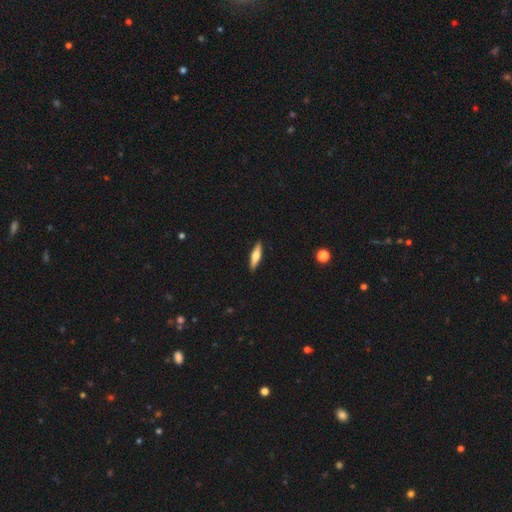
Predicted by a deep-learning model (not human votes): Smooth or featured? smooth (51%)
How rounded? cigar-shaped (71%)
Merging? none (91%)